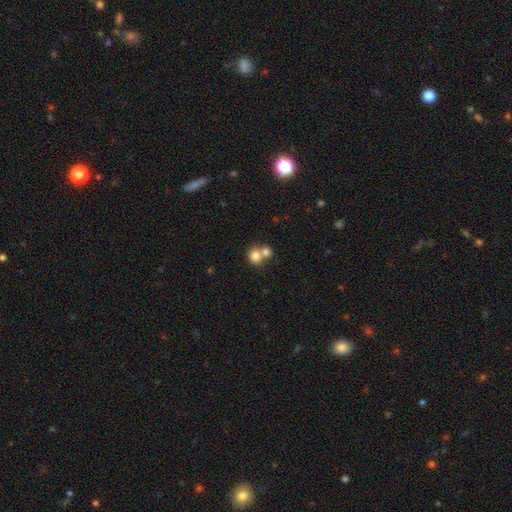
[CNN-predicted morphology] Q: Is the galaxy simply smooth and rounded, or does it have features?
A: smooth — 78%.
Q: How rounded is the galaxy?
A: round — 81%.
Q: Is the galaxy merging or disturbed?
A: merger — 55%.